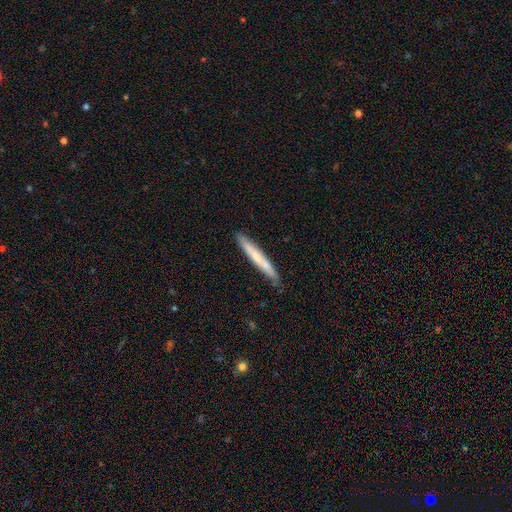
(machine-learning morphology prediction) Q: Smooth or featured?
A: smooth (58%); runner-up: featured or disk (37%)
Q: How rounded?
A: cigar-shaped (96%); runner-up: in between (3%)
Q: Merging?
A: none (86%); runner-up: minor disturbance (11%)